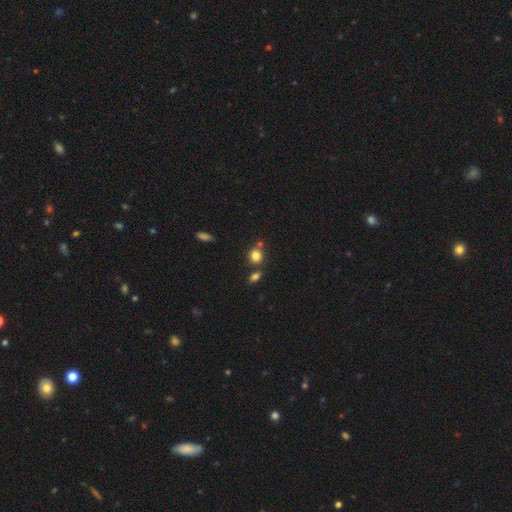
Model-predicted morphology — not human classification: Smooth or featured? Predicted: smooth (p=0.82). How rounded? Predicted: round (p=0.75). Merging? Predicted: none (p=0.66).